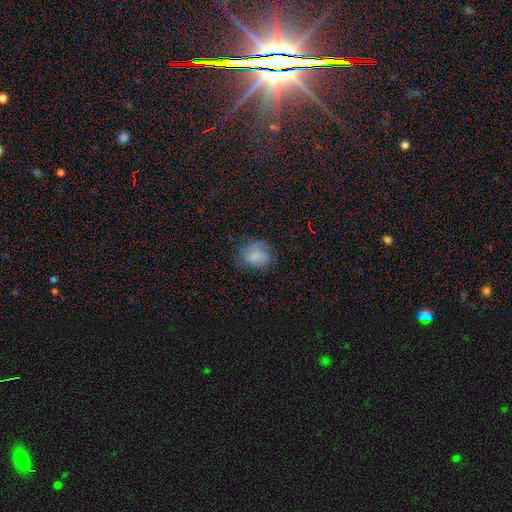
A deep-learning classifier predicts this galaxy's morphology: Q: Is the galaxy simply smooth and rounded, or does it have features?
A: smooth — 75%.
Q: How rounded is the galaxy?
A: round — 59%.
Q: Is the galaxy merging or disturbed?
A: none — 66%.